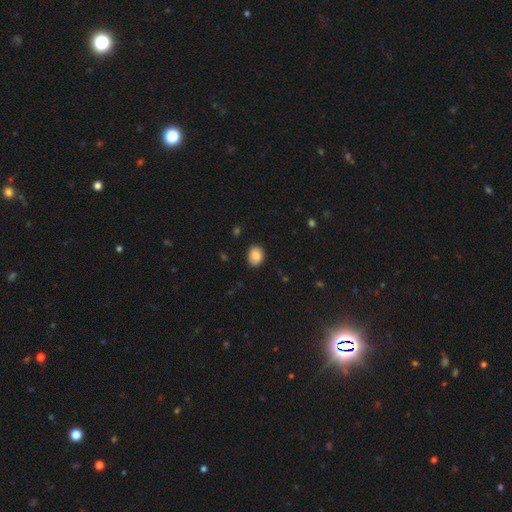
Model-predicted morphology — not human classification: Smooth or featured? Predicted: smooth (p=0.80). How rounded? Predicted: in between (p=0.52). Merging? Predicted: none (p=0.82).